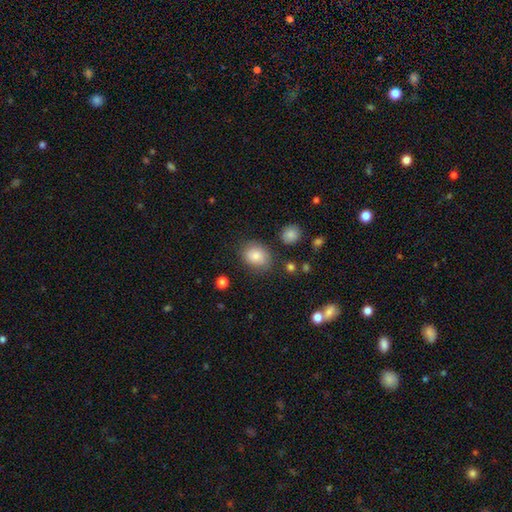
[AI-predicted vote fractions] smooth_or_featured: smooth (p=0.82) [alt: star or artifact p=0.10]
how_rounded: in between (p=0.50) [alt: round p=0.49]
merging: none (p=0.75) [alt: minor disturbance p=0.17]